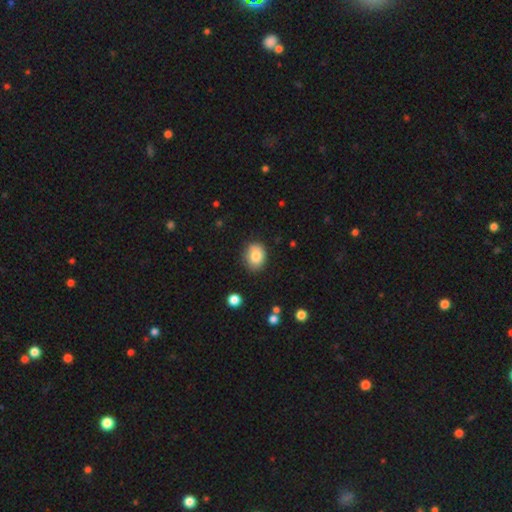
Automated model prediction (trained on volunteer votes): Morphology: type=smooth (83%); roundness=in between (53%); merging=none (81%).